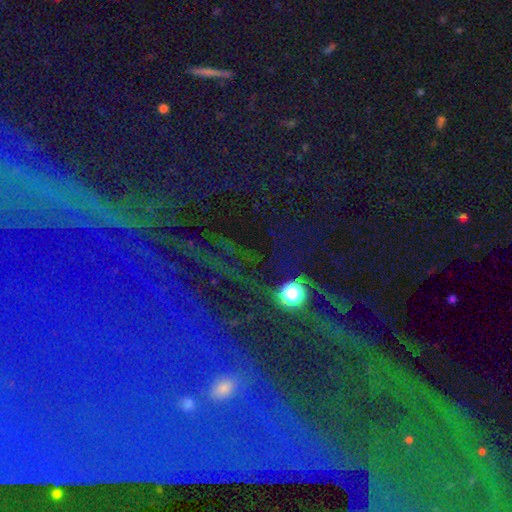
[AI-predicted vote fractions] A star or artifact, not a galaxy (73%).